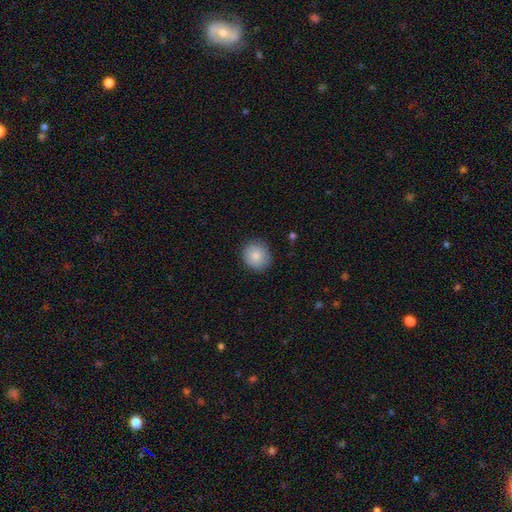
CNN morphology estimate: This appears to be a smooth galaxy with no disk features (84%) that is round (84%). Merging: none (85%).